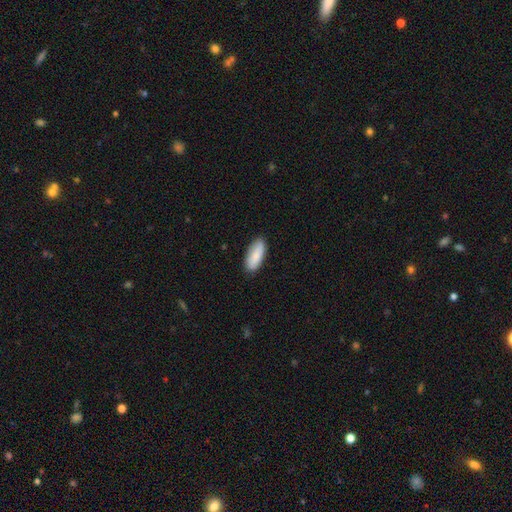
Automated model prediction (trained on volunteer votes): Smooth or featured?
  - smooth: 84% *
  - featured or disk: 11%
  - star or artifact: 6%
How rounded?
  - in between: 79% *
  - cigar-shaped: 19%
  - round: 2%
Merging?
  - none: 87% *
  - minor disturbance: 11%
  - major disturbance: 2%
  - merger: 1%